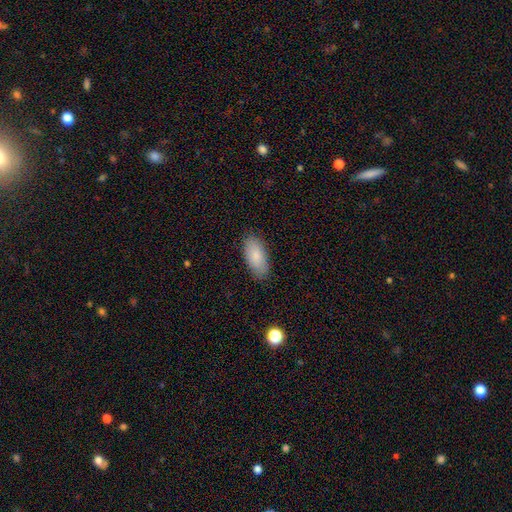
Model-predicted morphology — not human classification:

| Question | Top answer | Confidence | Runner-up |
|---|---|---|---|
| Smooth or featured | smooth | 85% | featured or disk (9%) |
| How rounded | in between | 90% | cigar-shaped (8%) |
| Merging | none | 87% | minor disturbance (10%) |